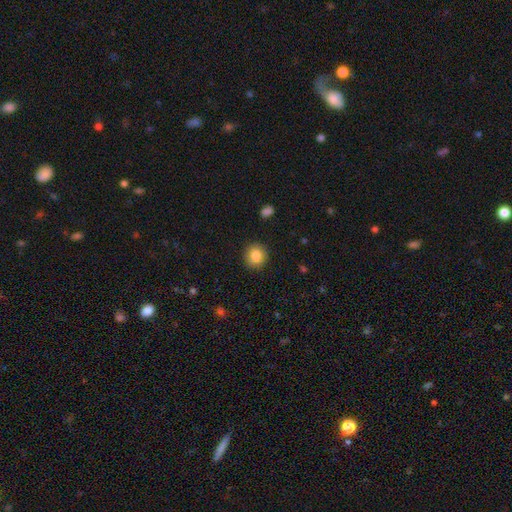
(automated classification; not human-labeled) Morphology: type=smooth (85%); roundness=round (87%); merging=none (89%).